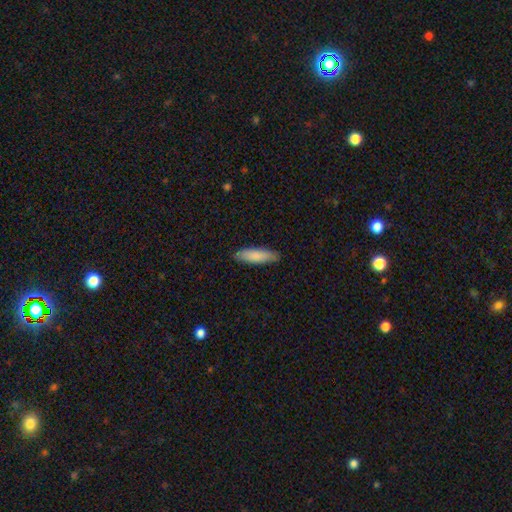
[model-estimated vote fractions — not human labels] A smooth galaxy with no disk features (84%) that is cigar-shaped (60%).

Vote fractions:
- Smooth or featured? smooth: 84% / featured or disk: 11% / star or artifact: 5%
- How rounded? cigar-shaped: 60% / in between: 39% / round: 1%
- Merging? none: 86% / minor disturbance: 11% / major disturbance: 2% / merger: 1%